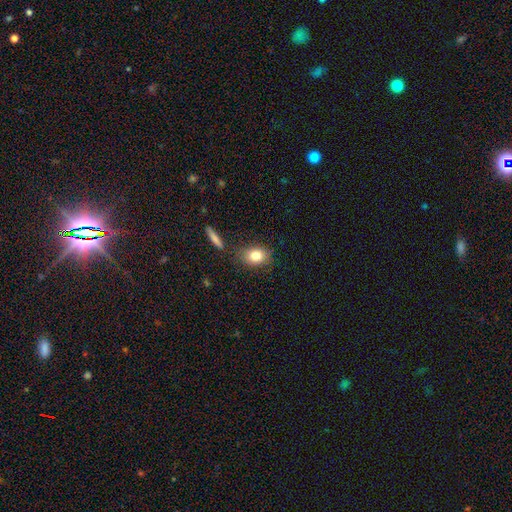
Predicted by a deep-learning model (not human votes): A smooth galaxy with no disk features (80%) that is in between round and cigar-shaped (64%).

Vote fractions:
- Smooth or featured? smooth: 80% / featured or disk: 10% / star or artifact: 9%
- How rounded? in between: 64% / round: 34% / cigar-shaped: 2%
- Merging? none: 79% / minor disturbance: 13% / merger: 4% / major disturbance: 4%